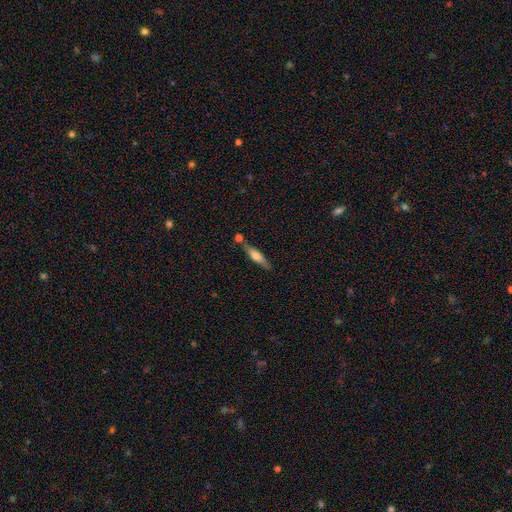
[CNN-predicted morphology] A featured or disk galaxy (48%).

Vote fractions:
- Smooth or featured? featured or disk: 48% / smooth: 46% / star or artifact: 7%
- Merging? none: 71% / merger: 13% / minor disturbance: 13% / major disturbance: 3%